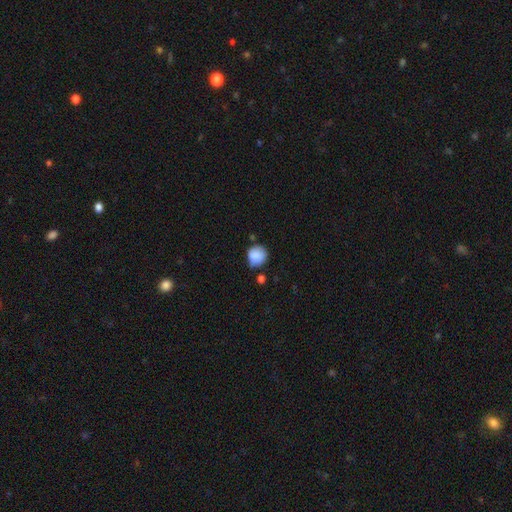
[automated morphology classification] smooth_or_featured: smooth (p=0.87) [alt: star or artifact p=0.08]
how_rounded: round (p=0.86) [alt: in between p=0.13]
merging: none (p=0.61) [alt: minor disturbance p=0.27]